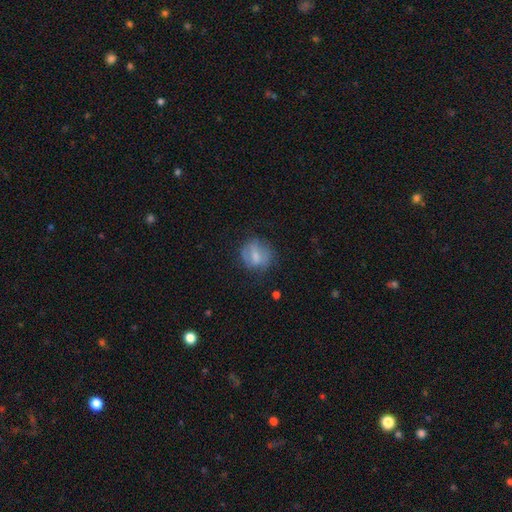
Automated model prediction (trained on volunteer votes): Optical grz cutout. It shows a smooth galaxy with no disk features (58%) that is round (73%). Merging: none (61%).